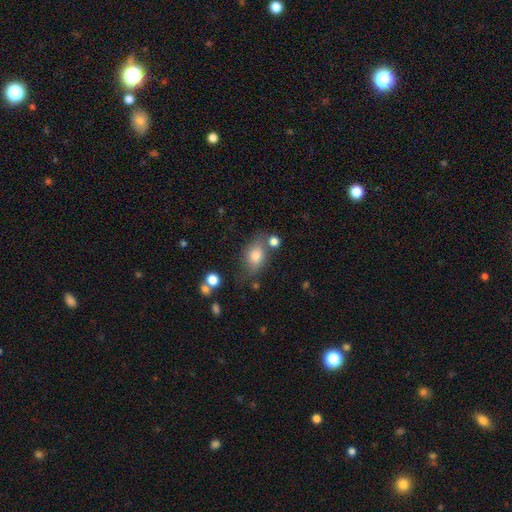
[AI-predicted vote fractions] A smooth galaxy with no disk features (76%) that is in between round and cigar-shaped (73%). Merging: none (62%).